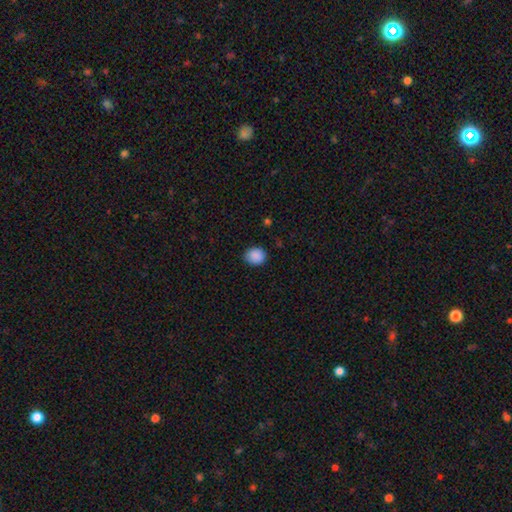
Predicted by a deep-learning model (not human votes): The model was most divided on "how rounded": round: 73%, in between: 26%, cigar-shaped: 1%. More confident: smooth or featured — smooth (89%); merging — none (84%).